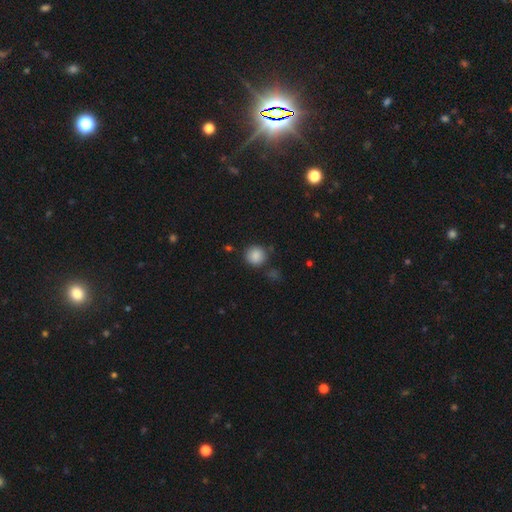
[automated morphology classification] This is clearly a smooth galaxy (87%). How rounded: clearly round (90%). Merging: likely none (80%).